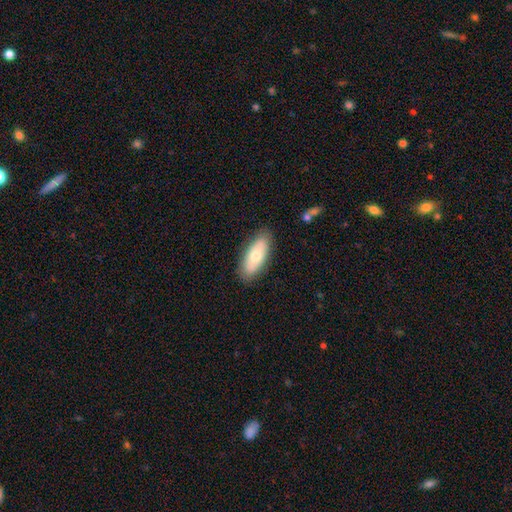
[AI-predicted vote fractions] smooth-or-featured: smooth: 69% | featured or disk: 26% | star or artifact: 6%
  how-rounded: in between: 81% | cigar-shaped: 17% | round: 2%
  merging: none: 85% | minor disturbance: 11% | major disturbance: 2% | merger: 1%